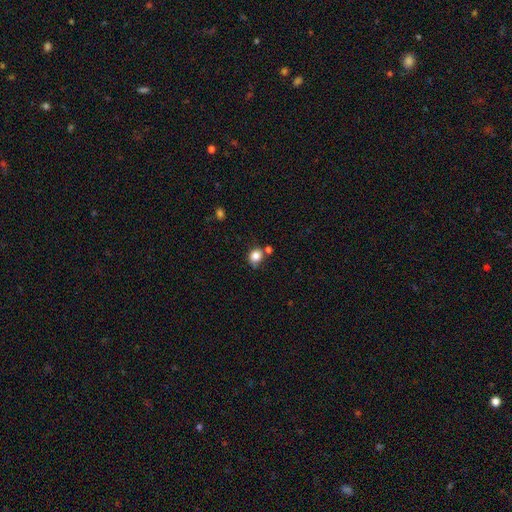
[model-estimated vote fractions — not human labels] A smooth galaxy with no disk features (83%) that is round (71%).

Vote fractions:
- Smooth or featured? smooth: 83% / star or artifact: 11% / featured or disk: 7%
- How rounded? round: 71% / in between: 28% / cigar-shaped: 1%
- Merging? none: 63% / minor disturbance: 19% / merger: 14% / major disturbance: 5%